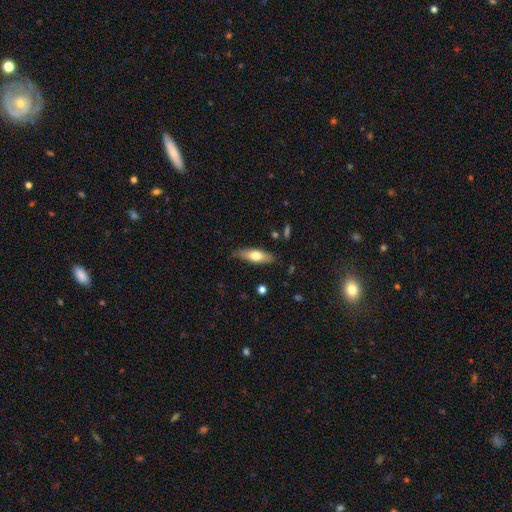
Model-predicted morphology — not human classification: A smooth galaxy with no disk features (65%) that is in between round and cigar-shaped (52%). Merging: none (80%).